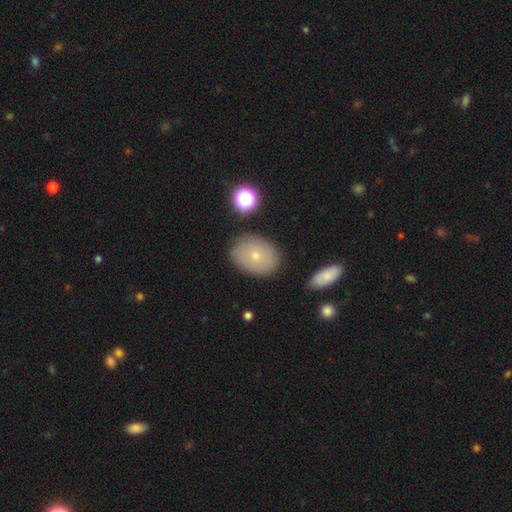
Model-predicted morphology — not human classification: The model was most divided on "how rounded": in between: 66%, round: 33%, cigar-shaped: 1%. More confident: merging — none (83%); smooth or featured — smooth (68%).